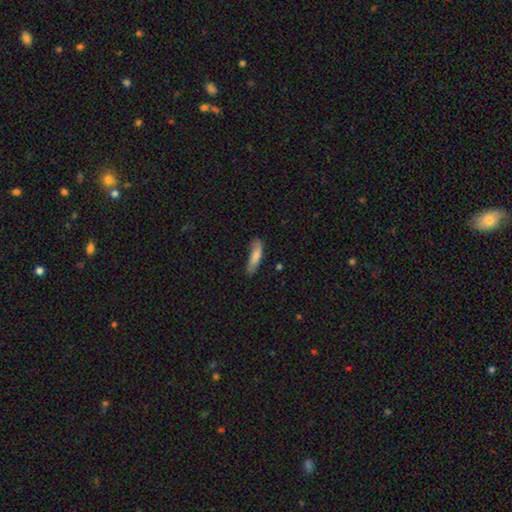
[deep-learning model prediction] Smooth or featured?
  - smooth: 81% *
  - featured or disk: 13%
  - star or artifact: 6%
How rounded?
  - cigar-shaped: 71% *
  - in between: 27%
  - round: 2%
Merging?
  - none: 67% *
  - minor disturbance: 25%
  - major disturbance: 5%
  - merger: 2%